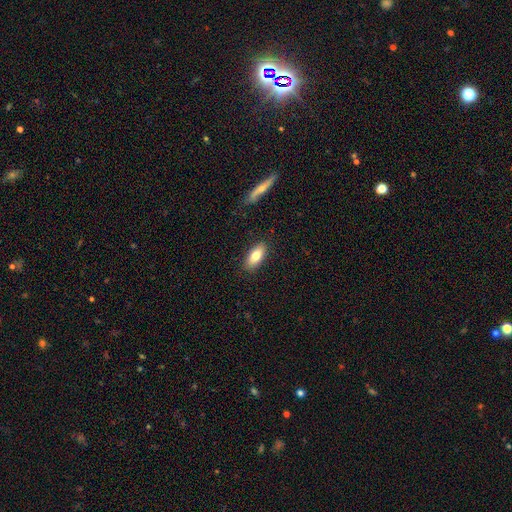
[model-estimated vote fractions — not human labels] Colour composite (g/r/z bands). It shows a smooth galaxy with no disk features (78%) that is in between round and cigar-shaped (84%). Merging: none (87%).